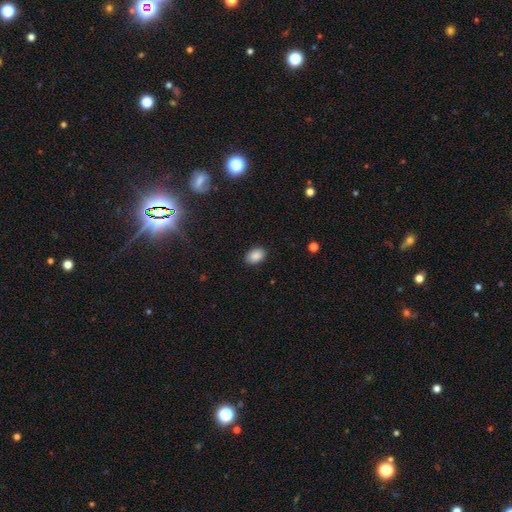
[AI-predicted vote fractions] smooth-or-featured: smooth: 88% | star or artifact: 8% | featured or disk: 4%
  how-rounded: in between: 83% | round: 16% | cigar-shaped: 1%
  merging: none: 87% | minor disturbance: 10% | major disturbance: 2% | merger: 1%